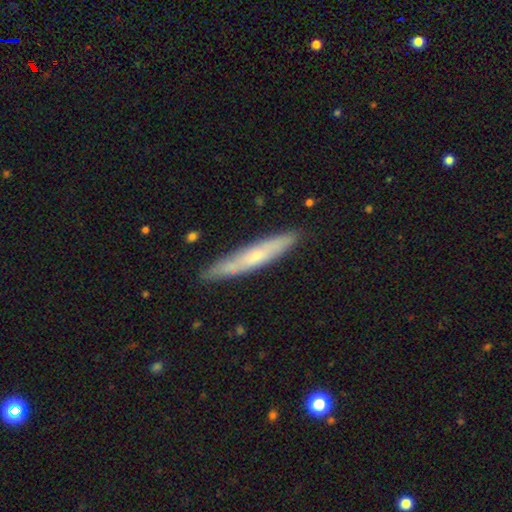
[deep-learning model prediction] smooth 51%, featured or disk 43%, star or artifact 6%. Down the decision tree: how rounded — cigar-shaped (92%); merging — none (85%).